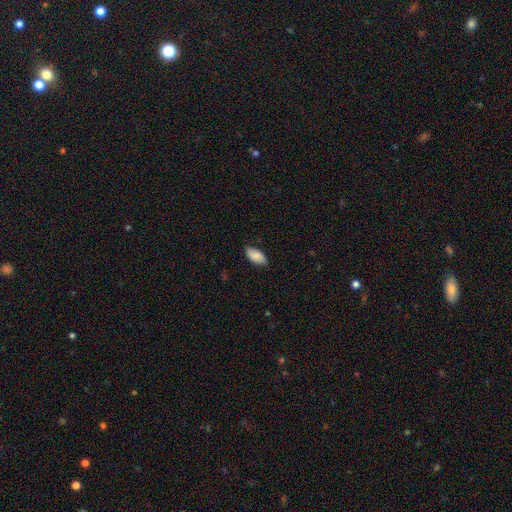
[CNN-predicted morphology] The model was most divided on "merging": none: 77%, minor disturbance: 19%, major disturbance: 3%, merger: 1%. More confident: how rounded — in between (93%); smooth or featured — smooth (83%).